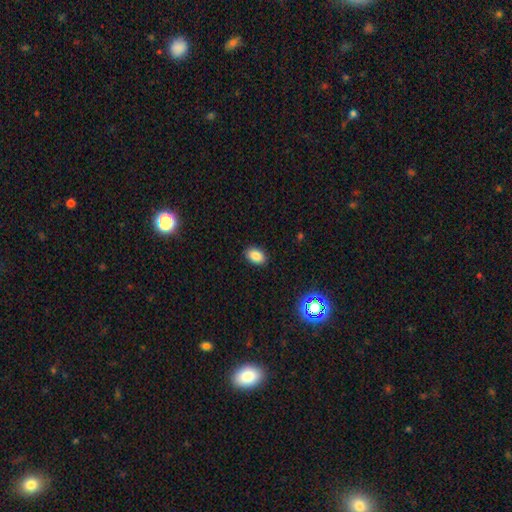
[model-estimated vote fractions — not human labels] Q: Smooth or featured?
A: smooth (85%); runner-up: star or artifact (10%)
Q: How rounded?
A: in between (85%); runner-up: round (14%)
Q: Merging?
A: none (89%); runner-up: minor disturbance (8%)